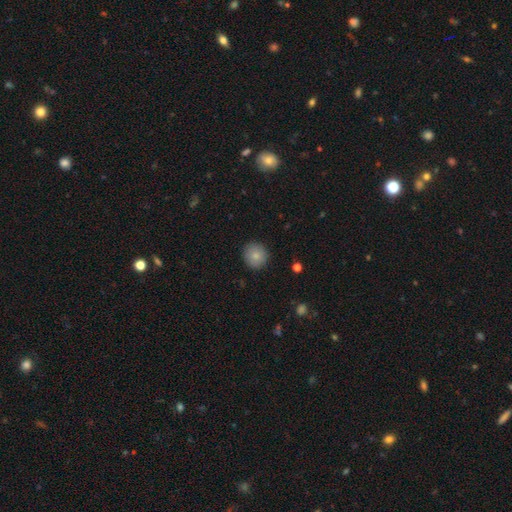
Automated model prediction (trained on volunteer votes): Smooth or featured? smooth (83%)
How rounded? round (91%)
Merging? none (90%)